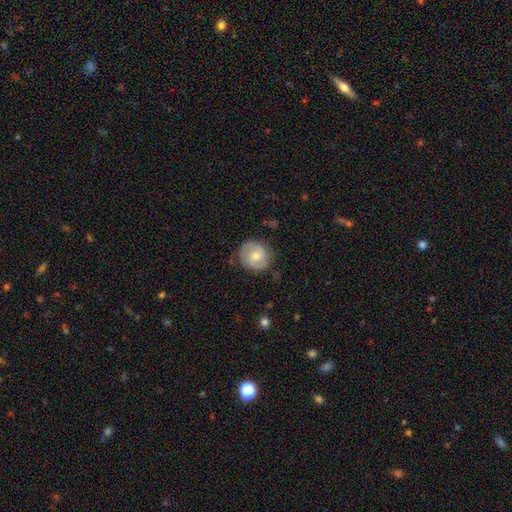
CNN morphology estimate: Smooth or featured?
  - featured or disk: 49% *
  - smooth: 45%
  - star or artifact: 7%
Merging?
  - none: 77% *
  - minor disturbance: 17%
  - major disturbance: 5%
  - merger: 1%